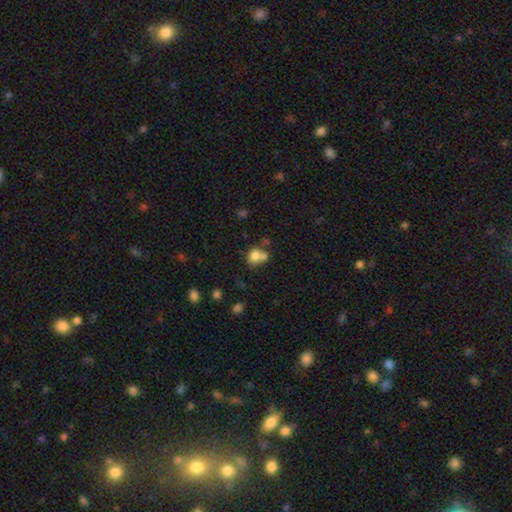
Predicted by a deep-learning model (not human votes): Q: Smooth or featured?
A: smooth (77%); runner-up: featured or disk (12%)
Q: How rounded?
A: round (63%); runner-up: in between (36%)
Q: Merging?
A: merger (44%); runner-up: none (37%)